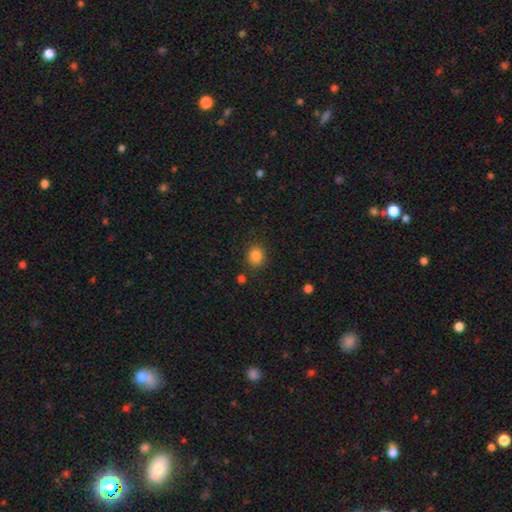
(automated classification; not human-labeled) Morphology: type=smooth (85%); roundness=round (71%); merging=none (84%).